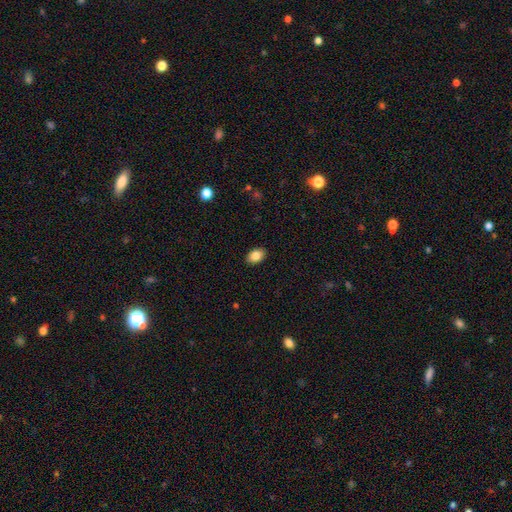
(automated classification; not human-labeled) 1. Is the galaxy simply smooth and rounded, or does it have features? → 85% smooth, 8% star or artifact, 7% featured or disk.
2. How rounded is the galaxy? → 86% in between, 13% round, 1% cigar-shaped.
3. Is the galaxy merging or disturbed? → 90% none, 8% minor disturbance, 2% major disturbance, 1% merger.